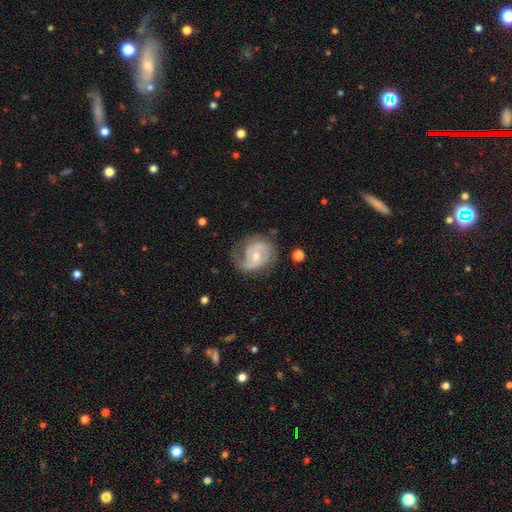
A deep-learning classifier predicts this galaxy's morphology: type=featured or disk (81%); edge-on=no (97%); bar=no (51%); spiral arms=yes (93%); winding=medium (45%); arm count=2 (65%); bulge=moderate (54%); merging=none (61%).